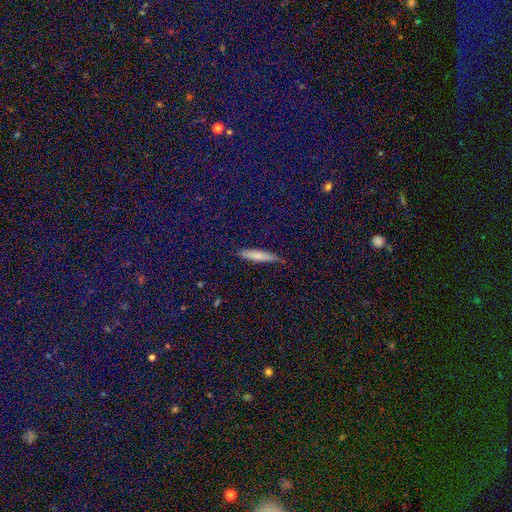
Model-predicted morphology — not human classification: smooth_or_featured: smooth (p=0.72) [alt: featured or disk p=0.19]
how_rounded: cigar-shaped (p=0.86) [alt: in between p=0.11]
merging: none (p=0.78) [alt: minor disturbance p=0.17]